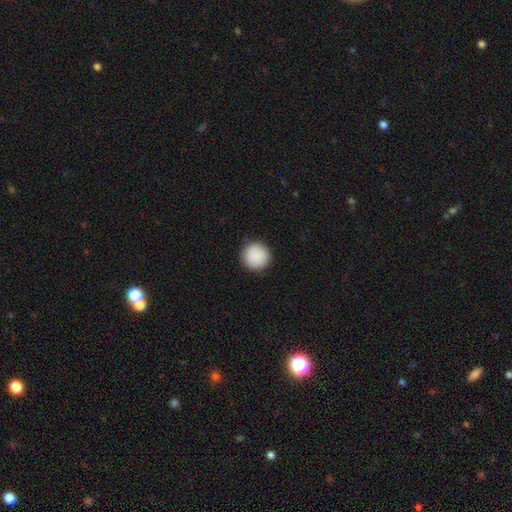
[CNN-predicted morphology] Smooth or featured? Predicted: smooth (p=0.90). How rounded? Predicted: round (p=0.96). Merging? Predicted: none (p=0.91).